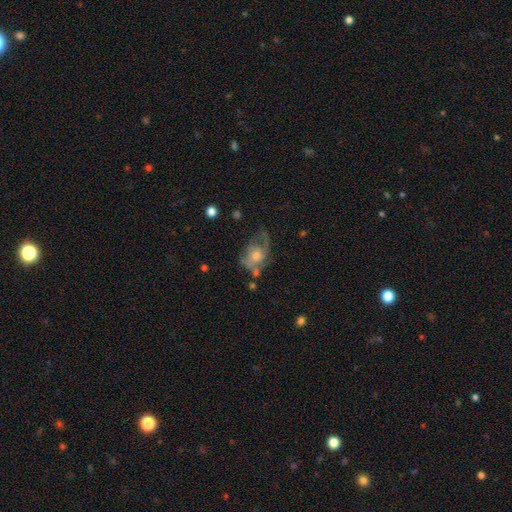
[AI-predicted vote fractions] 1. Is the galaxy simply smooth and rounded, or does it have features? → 64% featured or disk, 27% smooth, 9% star or artifact.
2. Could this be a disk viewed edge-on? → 96% no, 4% yes.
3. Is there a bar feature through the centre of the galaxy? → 77% no, 20% weak, 3% strong.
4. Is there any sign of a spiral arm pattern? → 71% yes, 29% no.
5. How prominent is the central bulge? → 53% moderate, 33% small, 8% large, 5% none, 2% dominant.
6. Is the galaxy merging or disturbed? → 40% none, 29% major disturbance, 25% minor disturbance, 6% merger.